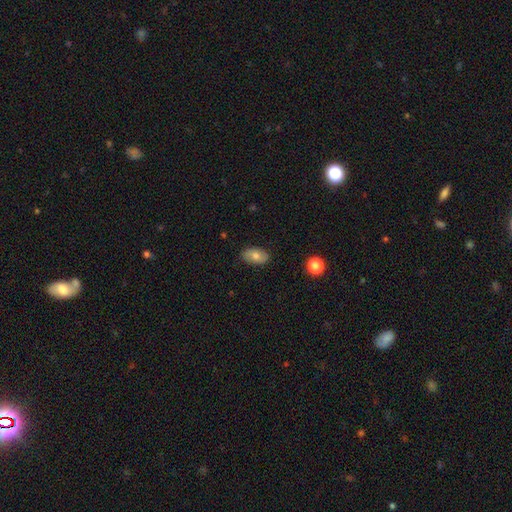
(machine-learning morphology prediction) Smooth or featured? smooth (75%)
How rounded? in between (91%)
Merging? none (84%)